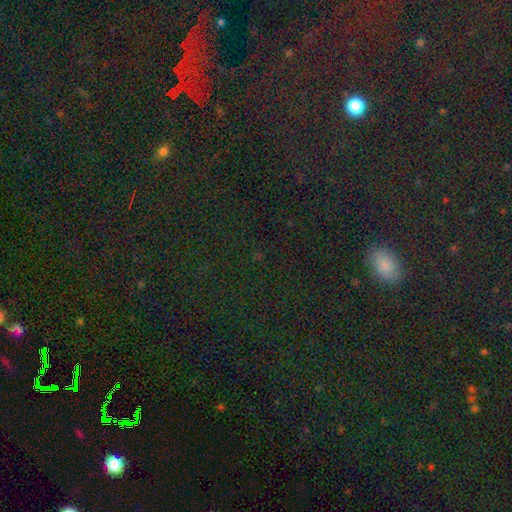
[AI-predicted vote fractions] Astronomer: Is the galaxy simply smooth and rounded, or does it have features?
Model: star or artifact — 64%.